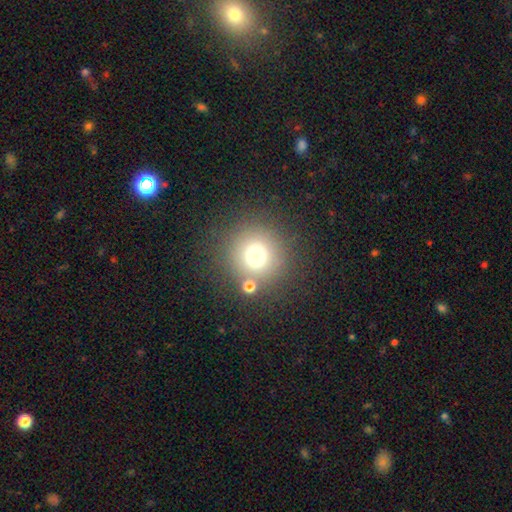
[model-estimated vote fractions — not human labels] Smooth or featured? smooth (73%)
How rounded? round (94%)
Merging? none (80%)